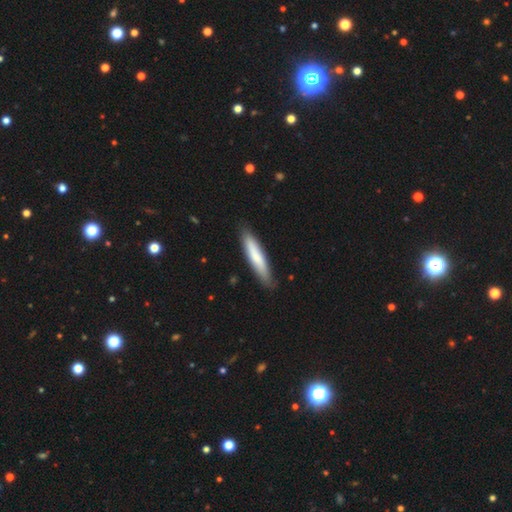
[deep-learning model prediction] Smooth or featured? smooth (74%)
How rounded? cigar-shaped (87%)
Merging? none (84%)